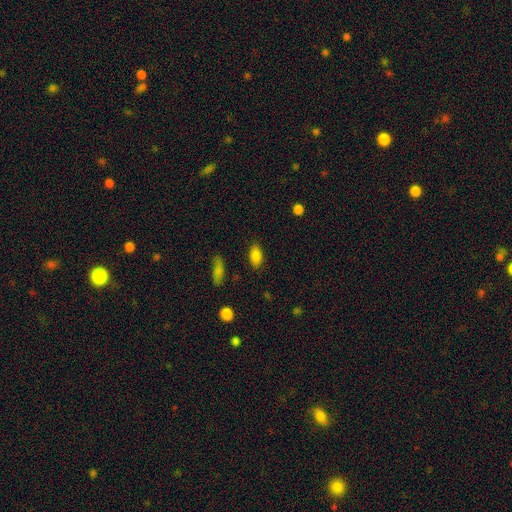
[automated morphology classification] smooth_or_featured: smooth (p=0.83) [alt: star or artifact p=0.09]
how_rounded: in between (p=0.90) [alt: cigar-shaped p=0.05]
merging: none (p=0.86) [alt: minor disturbance p=0.10]